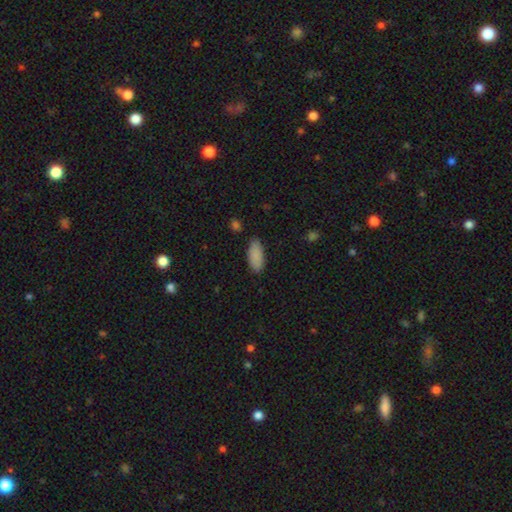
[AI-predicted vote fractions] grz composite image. It shows a smooth galaxy with no disk features (88%) that is in between round and cigar-shaped (84%). Merging: none (81%).